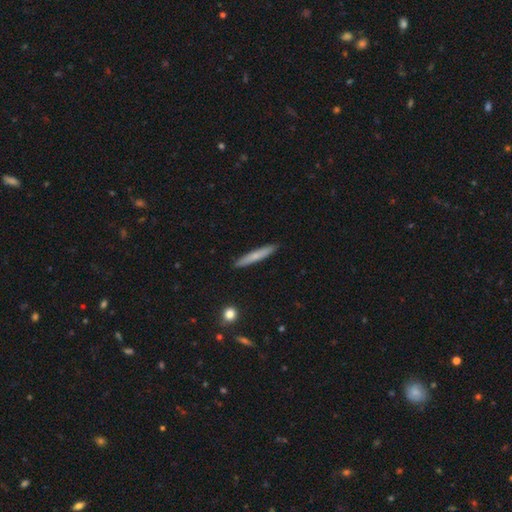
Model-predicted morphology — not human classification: smooth-or-featured: smooth: 66% | featured or disk: 28% | star or artifact: 6%
  how-rounded: cigar-shaped: 94% | in between: 4% | round: 1%
  merging: none: 91% | minor disturbance: 7% | major disturbance: 1% | merger: 1%